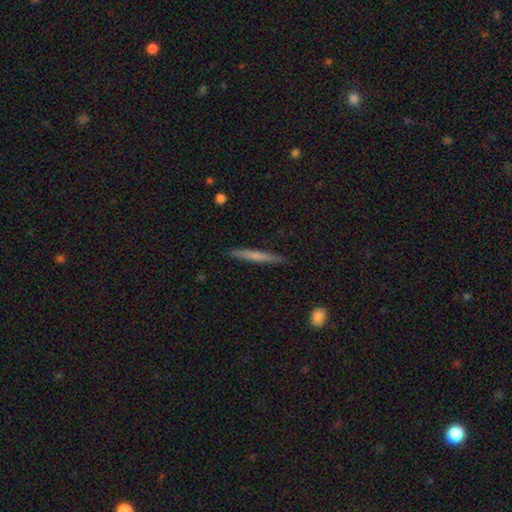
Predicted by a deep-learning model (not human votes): A smooth galaxy with no disk features (59%) that is cigar-shaped (96%). Merging: none (90%).